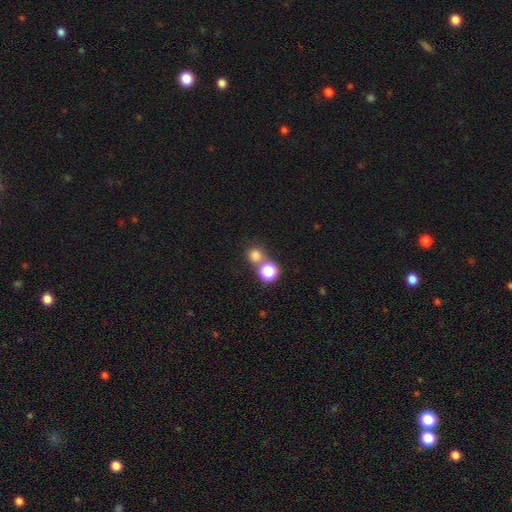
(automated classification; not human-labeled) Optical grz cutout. It shows a smooth galaxy with no disk features (78%) that is round (89%). Merging: none (56%).